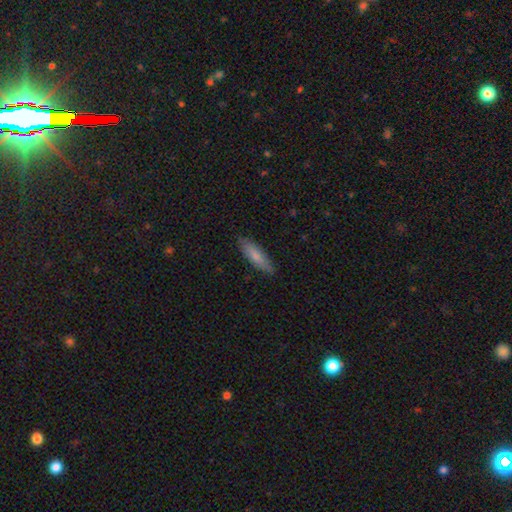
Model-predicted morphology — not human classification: smooth-or-featured: smooth: 77% | featured or disk: 17% | star or artifact: 6%
  how-rounded: cigar-shaped: 64% | in between: 34% | round: 2%
  merging: none: 85% | minor disturbance: 11% | major disturbance: 2% | merger: 1%